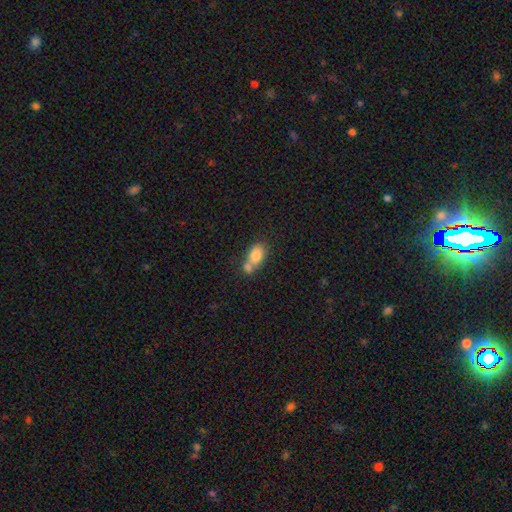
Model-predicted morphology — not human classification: smooth_or_featured: smooth (p=0.79) [alt: featured or disk p=0.13]
how_rounded: in between (p=0.81) [alt: round p=0.15]
merging: merger (p=0.51) [alt: none p=0.33]